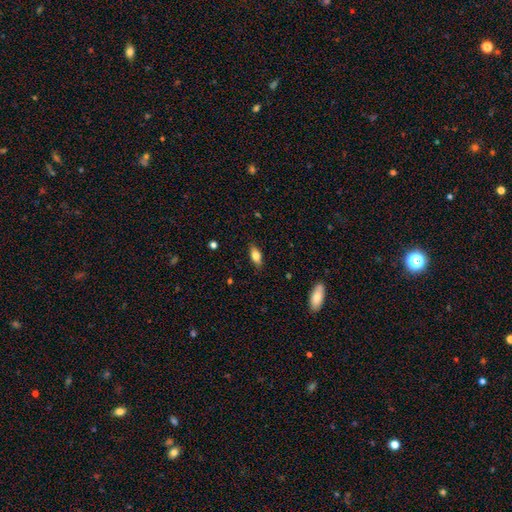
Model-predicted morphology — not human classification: Q: Smooth or featured?
A: smooth (75%); runner-up: featured or disk (18%)
Q: How rounded?
A: in between (81%); runner-up: cigar-shaped (16%)
Q: Merging?
A: none (85%); runner-up: minor disturbance (11%)